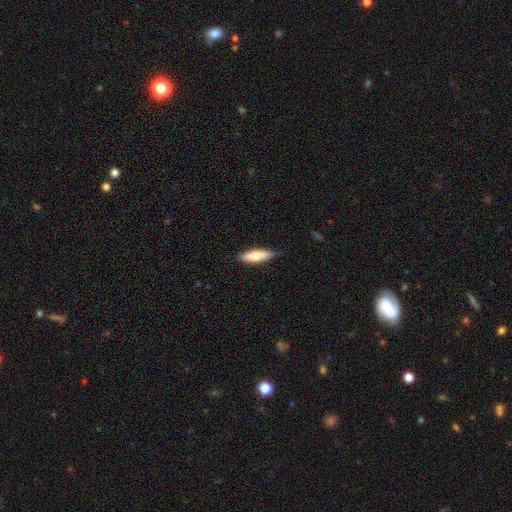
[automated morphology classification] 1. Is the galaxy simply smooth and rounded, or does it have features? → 69% smooth, 25% featured or disk, 6% star or artifact.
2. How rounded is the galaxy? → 62% cigar-shaped, 37% in between, 2% round.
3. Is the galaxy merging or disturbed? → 84% none, 13% minor disturbance, 2% major disturbance, 1% merger.